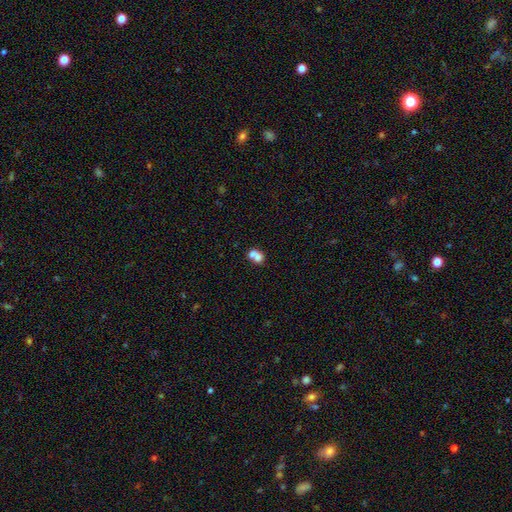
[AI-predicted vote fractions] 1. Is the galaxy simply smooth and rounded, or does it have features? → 69% smooth, 19% featured or disk, 12% star or artifact.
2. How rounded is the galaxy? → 51% in between, 48% round, 1% cigar-shaped.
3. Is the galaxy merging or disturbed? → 62% merger, 25% none, 8% minor disturbance, 5% major disturbance.